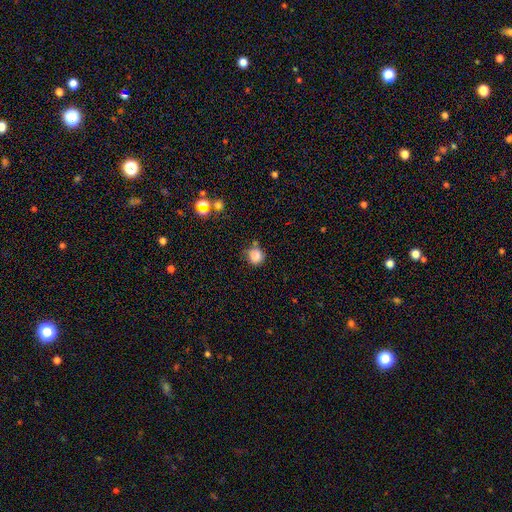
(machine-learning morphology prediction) type=smooth (84%); roundness=round (88%); merging=none (65%).